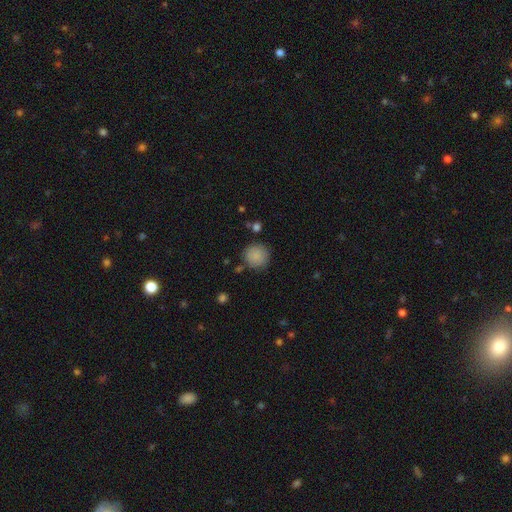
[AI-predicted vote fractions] This appears to be a smooth galaxy with no disk features (87%) that is round (92%). Merging: none (82%).